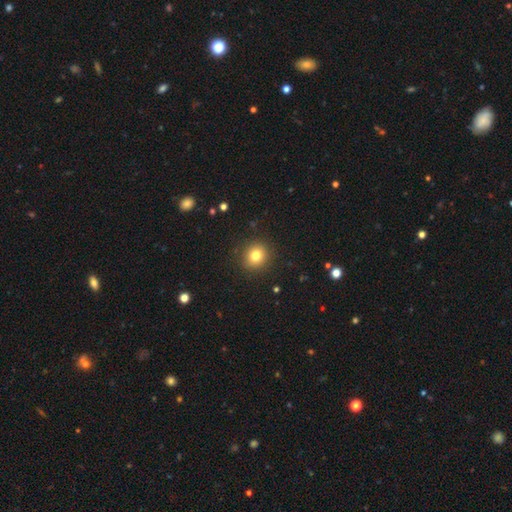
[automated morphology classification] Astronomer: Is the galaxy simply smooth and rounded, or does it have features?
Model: smooth — 79%.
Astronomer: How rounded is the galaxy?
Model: round — 86%.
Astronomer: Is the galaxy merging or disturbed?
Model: none — 90%.